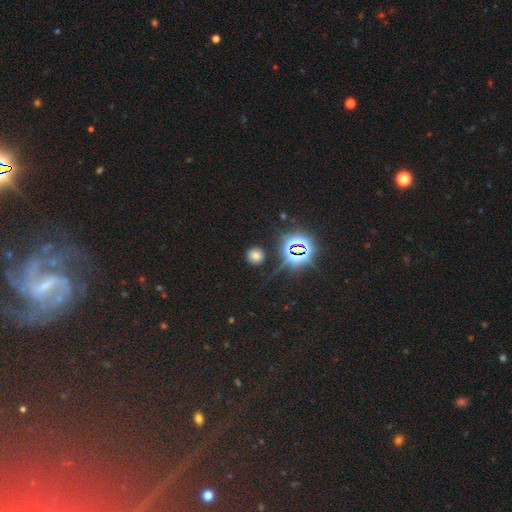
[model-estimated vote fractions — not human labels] Smooth or featured? Predicted: smooth (p=0.64). How rounded? Predicted: round (p=0.89). Merging? Predicted: none (p=0.86).